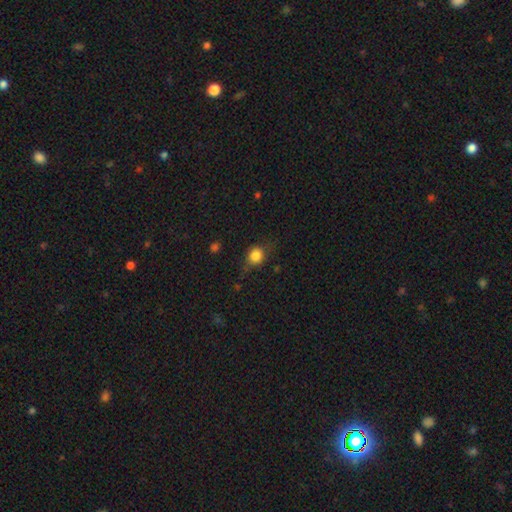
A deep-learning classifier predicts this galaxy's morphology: A smooth galaxy with no disk features (79%) that is round (73%).

Vote fractions:
- Smooth or featured? smooth: 79% / star or artifact: 11% / featured or disk: 10%
- How rounded? round: 73% / in between: 25% / cigar-shaped: 2%
- Merging? none: 64% / minor disturbance: 25% / major disturbance: 9% / merger: 2%